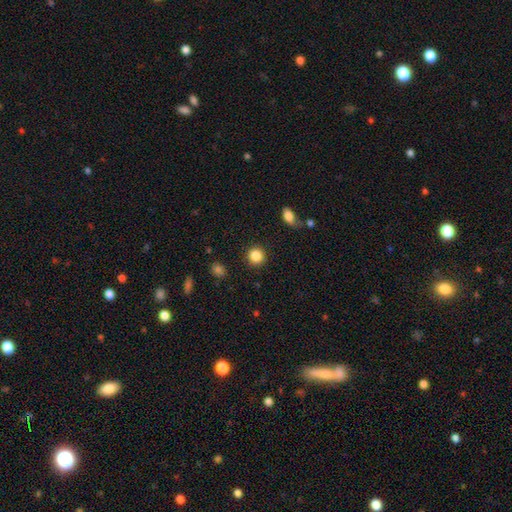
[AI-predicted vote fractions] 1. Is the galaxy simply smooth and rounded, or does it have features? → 86% smooth, 10% star or artifact, 4% featured or disk.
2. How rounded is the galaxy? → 92% round, 7% in between, 1% cigar-shaped.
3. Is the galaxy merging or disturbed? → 91% none, 5% minor disturbance, 2% major disturbance, 2% merger.